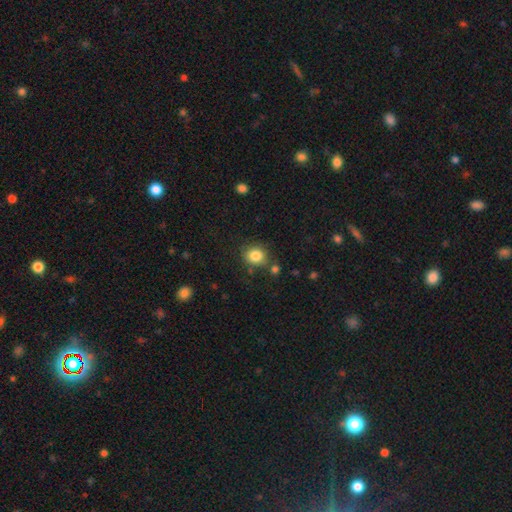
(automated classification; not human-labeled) Smooth or featured? smooth (84%)
How rounded? round (78%)
Merging? none (75%)